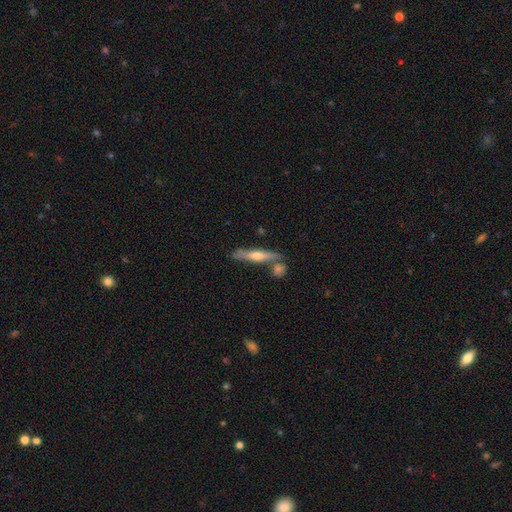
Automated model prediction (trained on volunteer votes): featured or disk 64%, smooth 30%, star or artifact 7%. Down the decision tree: edge-on disk — yes (94%); edge-on bulge — rounded (87%); merging — none (72%).